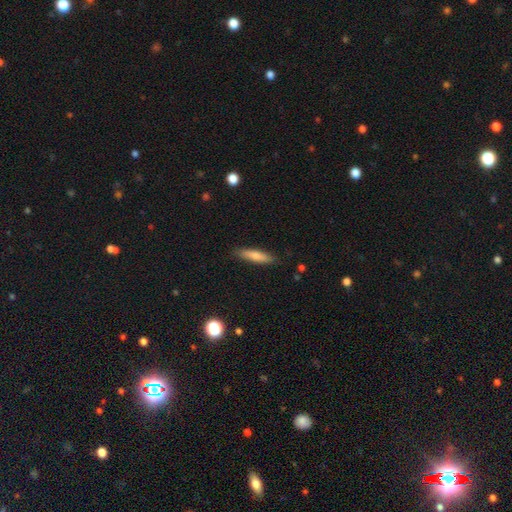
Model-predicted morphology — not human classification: A smooth galaxy with no disk features (73%) that is cigar-shaped (77%). Merging: none (87%).